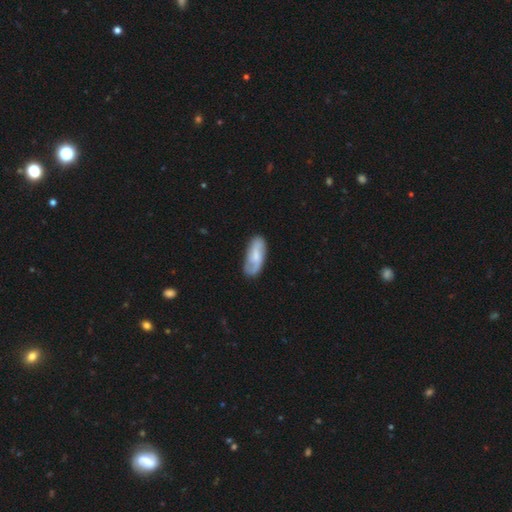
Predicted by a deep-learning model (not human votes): Smooth or featured: smooth — 49% (featured or disk — 45%)
Merging: none — 75% (minor disturbance — 19%)